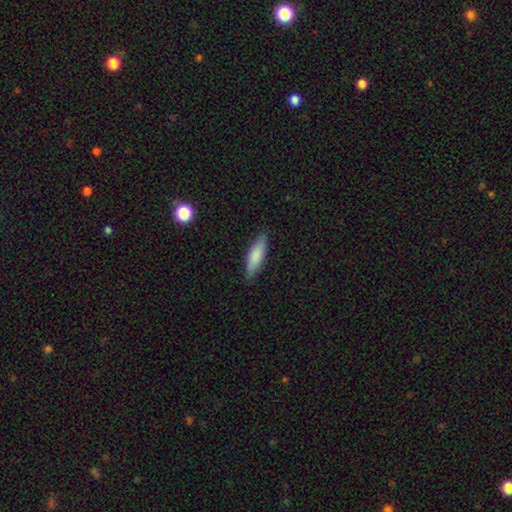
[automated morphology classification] This is clearly a smooth galaxy (82%). How rounded: possibly cigar-shaped (59%). Merging: clearly none (86%).